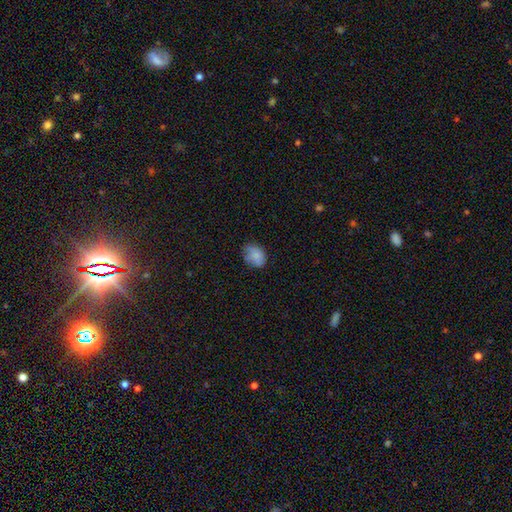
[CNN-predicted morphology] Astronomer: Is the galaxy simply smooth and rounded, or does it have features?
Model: smooth — 81%.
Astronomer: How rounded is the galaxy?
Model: in between — 65%.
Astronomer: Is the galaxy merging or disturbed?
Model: none — 66%.